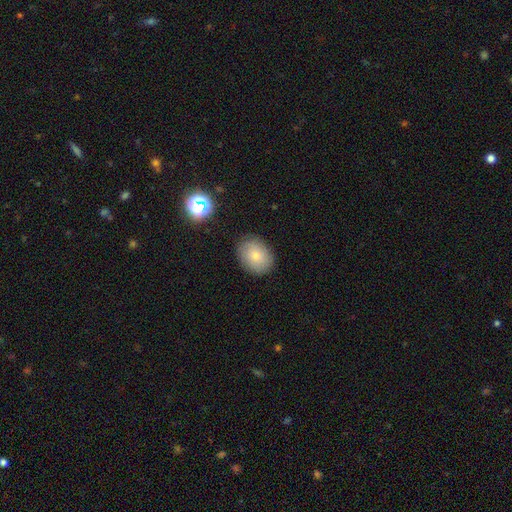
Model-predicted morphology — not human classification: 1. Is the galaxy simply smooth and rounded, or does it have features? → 77% smooth, 14% featured or disk, 9% star or artifact.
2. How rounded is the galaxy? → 56% in between, 43% round, 1% cigar-shaped.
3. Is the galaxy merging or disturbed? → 84% none, 12% minor disturbance, 3% major disturbance, 1% merger.